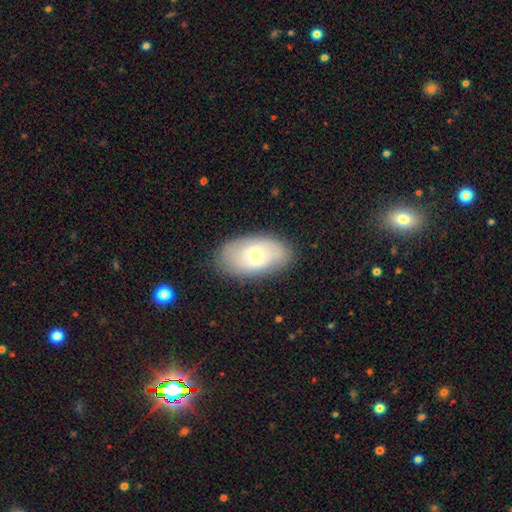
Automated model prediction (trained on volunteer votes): smooth-or-featured: smooth: 52% | featured or disk: 40% | star or artifact: 8%
  how-rounded: in between: 92% | round: 6% | cigar-shaped: 2%
  merging: none: 81% | minor disturbance: 14% | major disturbance: 4% | merger: 1%